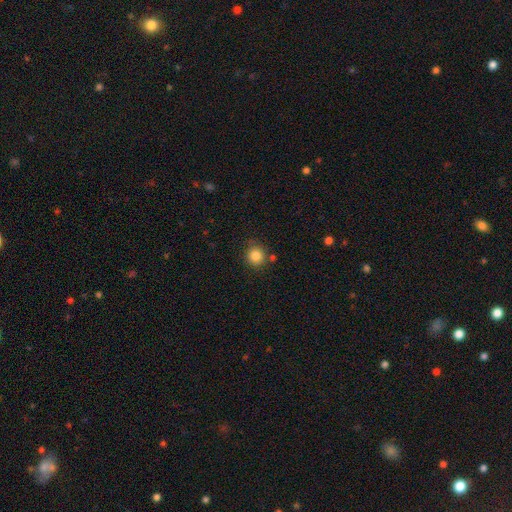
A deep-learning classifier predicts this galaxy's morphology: This is clearly a smooth galaxy (85%). How rounded: clearly round (91%). Merging: clearly none (81%).